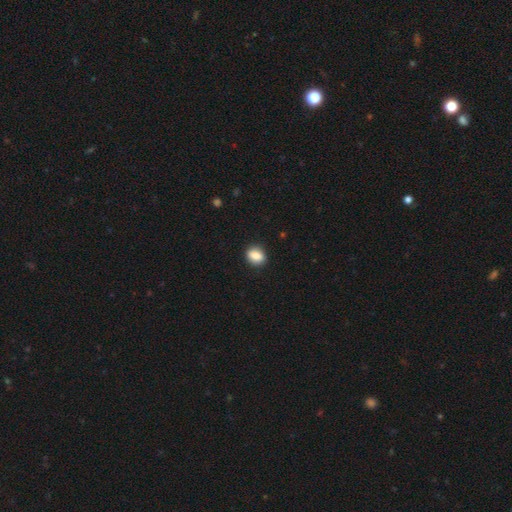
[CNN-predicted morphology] Smooth or featured? smooth (85%)
How rounded? in between (53%)
Merging? none (89%)